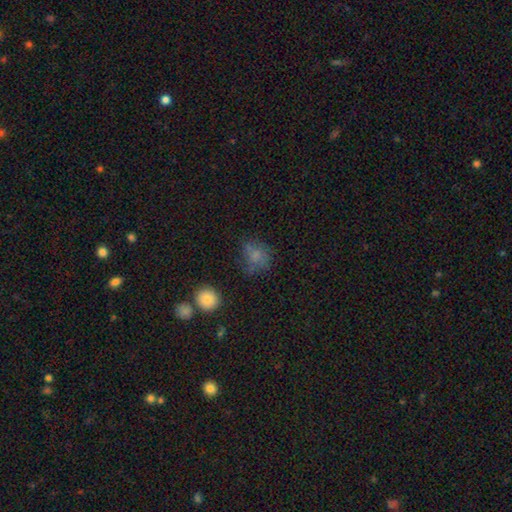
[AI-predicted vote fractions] A smooth galaxy with no disk features (71%) that is round (68%). Merging: none (56%).